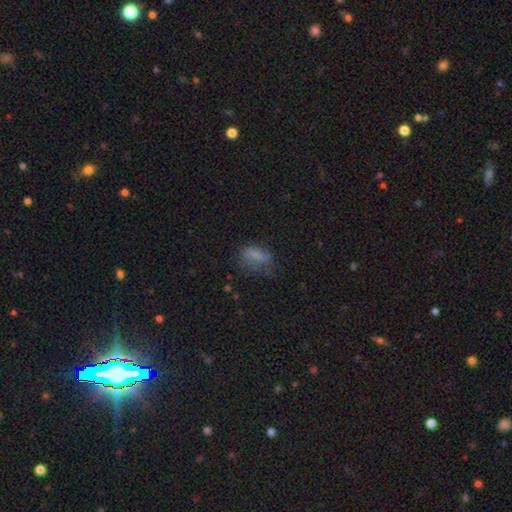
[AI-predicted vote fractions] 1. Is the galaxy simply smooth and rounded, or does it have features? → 61% smooth, 27% featured or disk, 12% star or artifact.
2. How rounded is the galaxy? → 78% in between, 12% round, 10% cigar-shaped.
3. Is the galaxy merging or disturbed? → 46% none, 28% minor disturbance, 23% major disturbance, 3% merger.